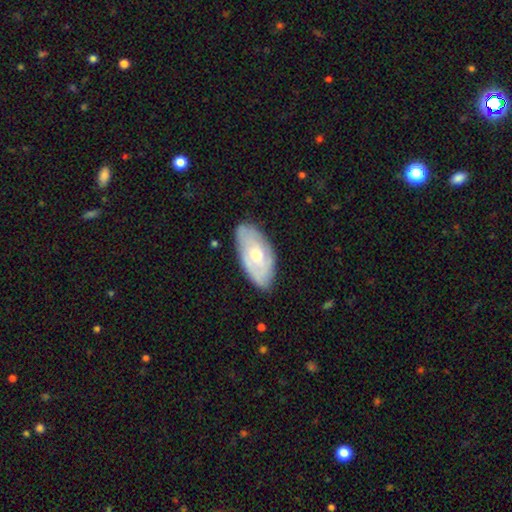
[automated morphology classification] Q: Smooth or featured?
A: featured or disk (52%); runner-up: smooth (42%)
Q: Edge-on disk?
A: no (88%); runner-up: yes (12%)
Q: Merging?
A: none (75%); runner-up: minor disturbance (20%)